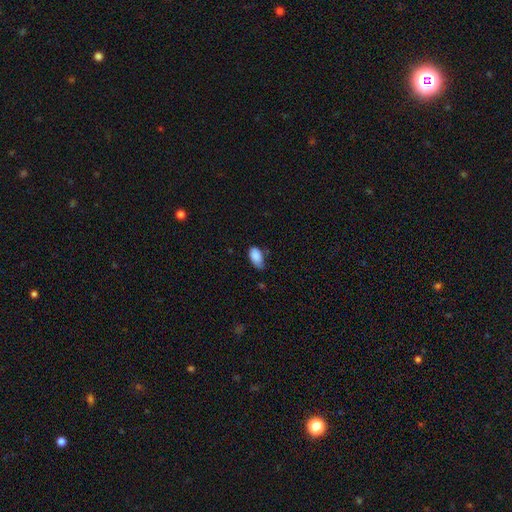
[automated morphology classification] This appears to be a smooth galaxy with no disk features (86%) that is in between round and cigar-shaped (93%). Merging: none (47%).